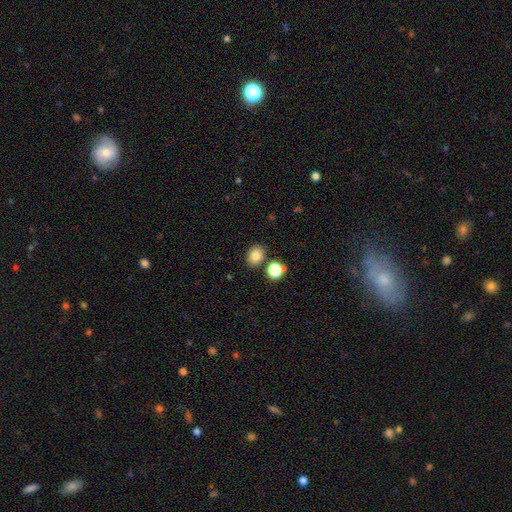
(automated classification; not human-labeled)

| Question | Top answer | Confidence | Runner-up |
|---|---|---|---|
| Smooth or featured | smooth | 82% | star or artifact (12%) |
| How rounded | round | 50% | in between (49%) |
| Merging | none | 80% | minor disturbance (9%) |